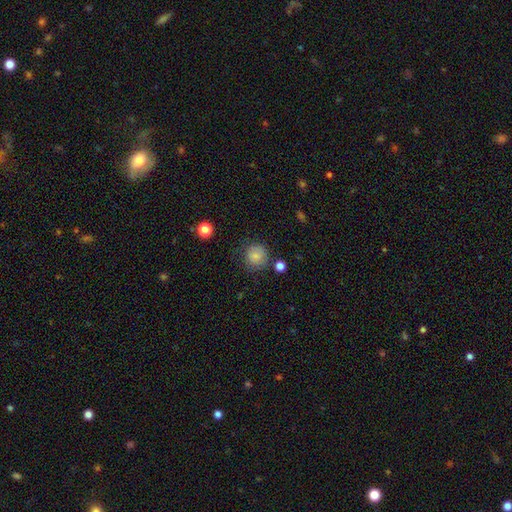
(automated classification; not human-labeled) Smooth or featured?
  - smooth: 81% *
  - star or artifact: 11%
  - featured or disk: 8%
How rounded?
  - round: 91% *
  - in between: 8%
  - cigar-shaped: 1%
Merging?
  - none: 77% *
  - minor disturbance: 15%
  - major disturbance: 5%
  - merger: 3%